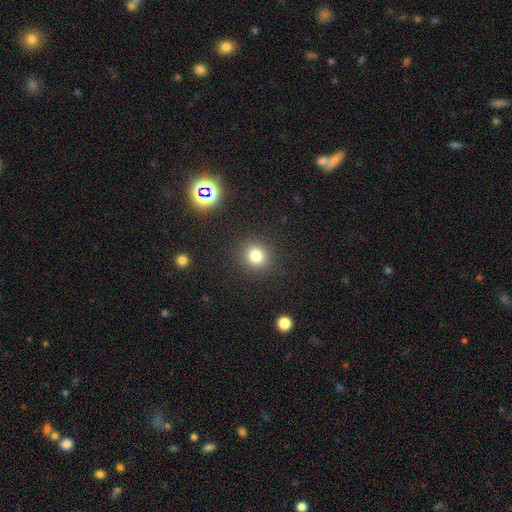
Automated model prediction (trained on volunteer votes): Smooth or featured? smooth (79%)
How rounded? round (86%)
Merging? none (90%)